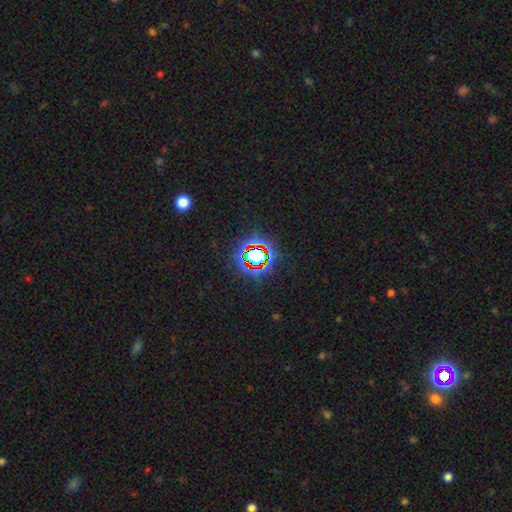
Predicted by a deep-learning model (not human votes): This is likely a star or artifact rather than a galaxy (70%).